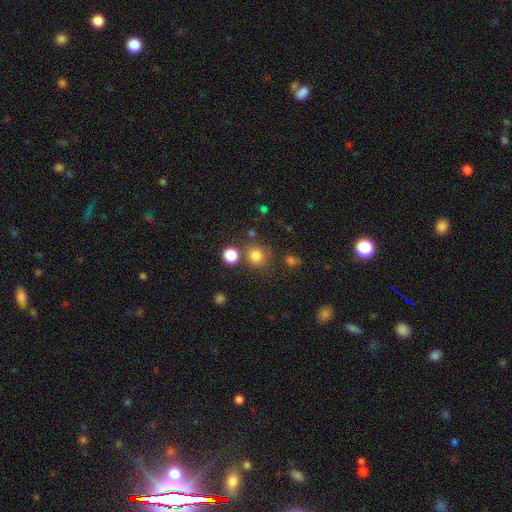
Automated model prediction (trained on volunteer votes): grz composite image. It shows a smooth galaxy with no disk features (79%) that is round (90%). Merging: none (74%).